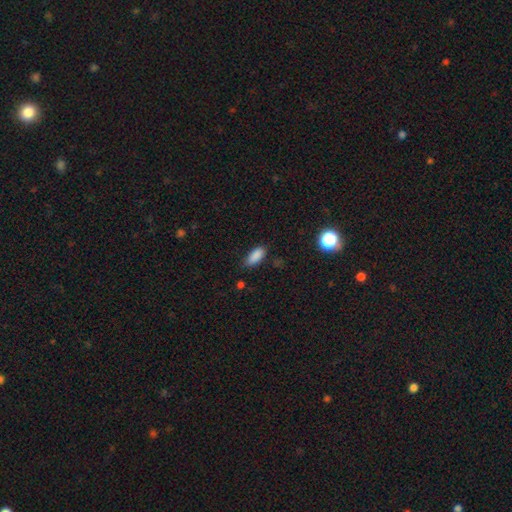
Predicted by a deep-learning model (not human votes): This is clearly a smooth galaxy (87%). How rounded: clearly in between (84%). Merging: likely none (74%).